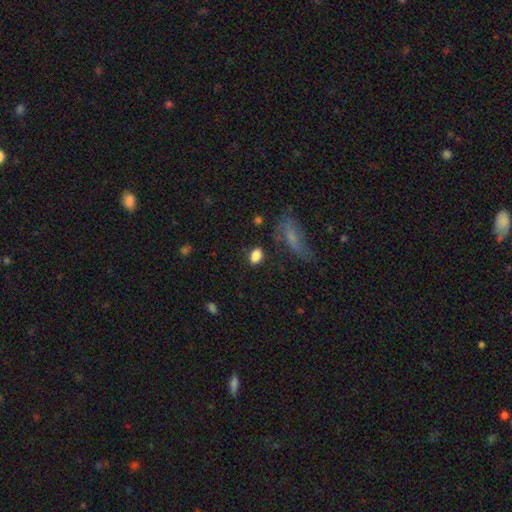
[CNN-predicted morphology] smooth 85%, star or artifact 8%, featured or disk 6%. Down the decision tree: how rounded — in between (81%); merging — none (82%).